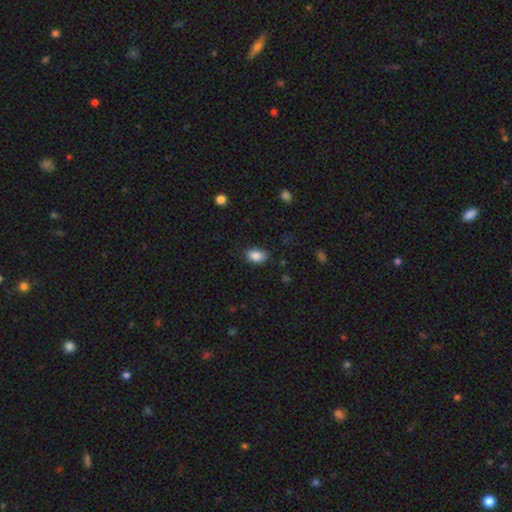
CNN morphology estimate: This is clearly a smooth galaxy (87%). How rounded: clearly in between (87%). Merging: likely none (78%).